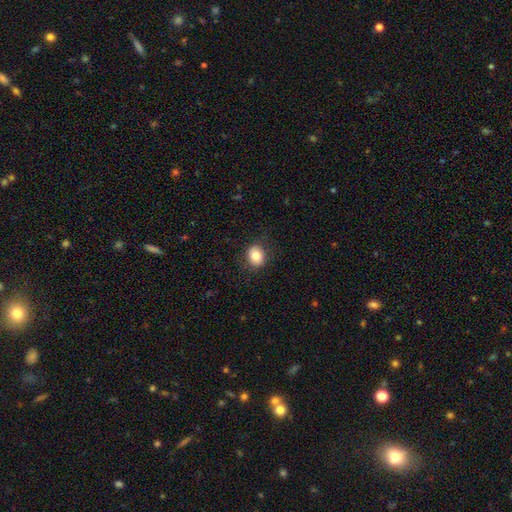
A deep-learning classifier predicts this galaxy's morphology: smooth_or_featured: smooth (p=0.82) [alt: star or artifact p=0.09]
how_rounded: round (p=0.62) [alt: in between p=0.37]
merging: none (p=0.86) [alt: minor disturbance p=0.10]